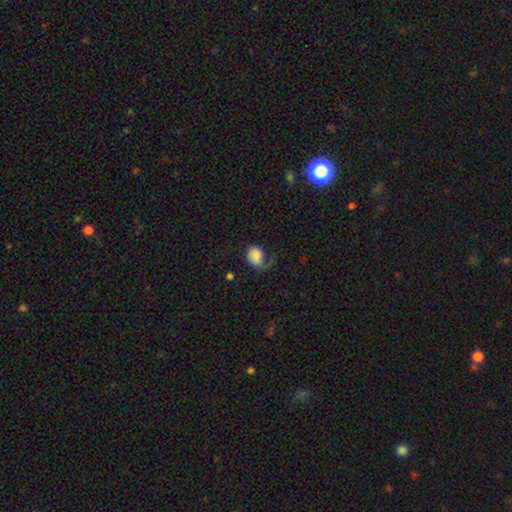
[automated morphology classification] Smooth or featured? smooth (72%)
How rounded? in between (54%)
Merging? major disturbance (45%)